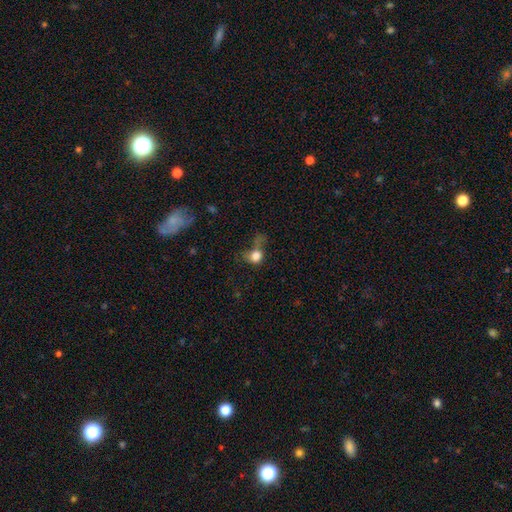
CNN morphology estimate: Smooth or featured? smooth (76%)
How rounded? round (66%)
Merging? major disturbance (34%)